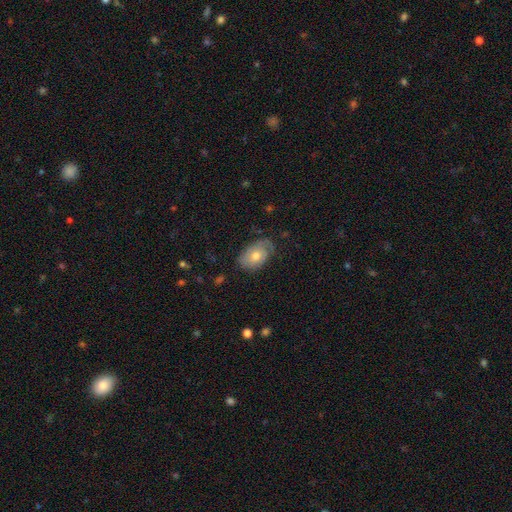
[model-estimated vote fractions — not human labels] smooth-or-featured: featured or disk: 49% | smooth: 44% | star or artifact: 7%
  merging: none: 66% | minor disturbance: 25% | major disturbance: 8% | merger: 1%